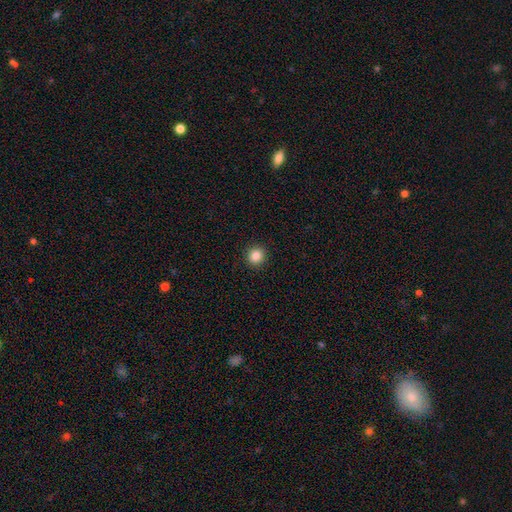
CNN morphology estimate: smooth_or_featured: smooth (p=0.86) [alt: star or artifact p=0.10]
how_rounded: round (p=0.90) [alt: in between p=0.10]
merging: none (p=0.92) [alt: minor disturbance p=0.05]